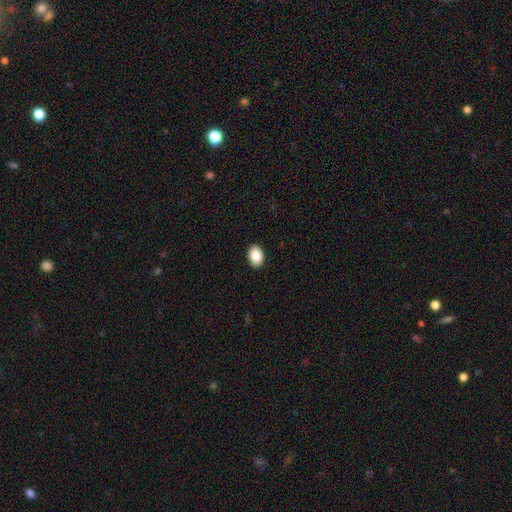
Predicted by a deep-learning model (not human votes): The model was most divided on "how rounded": in between: 83%, round: 16%, cigar-shaped: 1%. More confident: merging — none (91%); smooth or featured — smooth (87%).